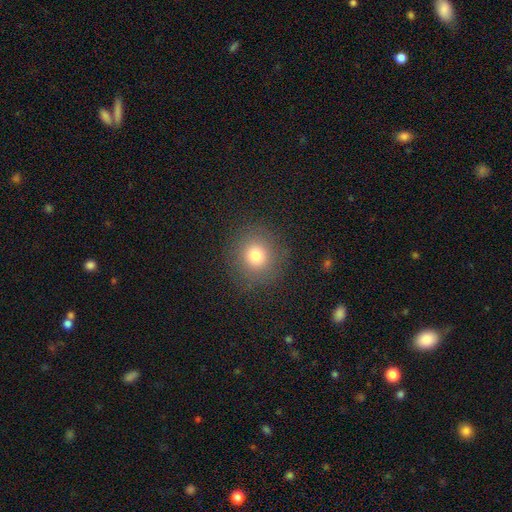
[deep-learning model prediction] Smooth or featured? smooth (76%)
How rounded? round (91%)
Merging? none (87%)